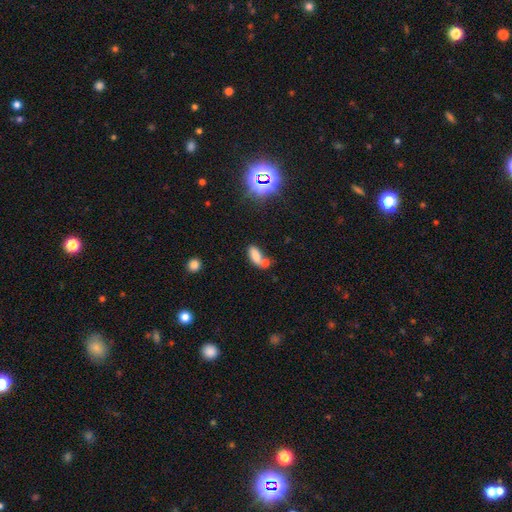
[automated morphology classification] Smooth or featured? Predicted: smooth (p=0.76). How rounded? Predicted: in between (p=0.85). Merging? Predicted: merger (p=0.45).